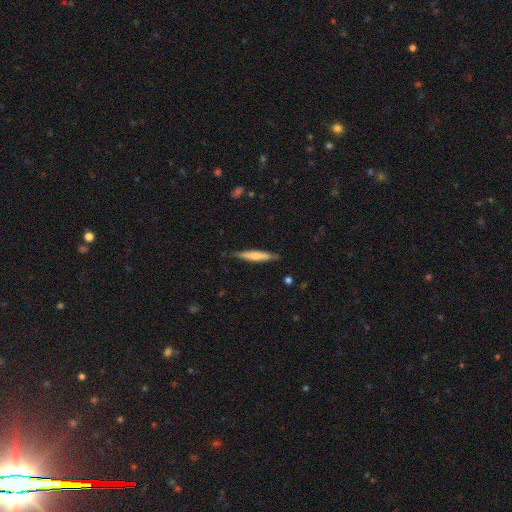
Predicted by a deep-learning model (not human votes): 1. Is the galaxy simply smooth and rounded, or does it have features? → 61% smooth, 34% featured or disk, 5% star or artifact.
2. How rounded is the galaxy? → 93% cigar-shaped, 6% in between, 1% round.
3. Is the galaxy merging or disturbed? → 84% none, 12% minor disturbance, 2% major disturbance, 1% merger.